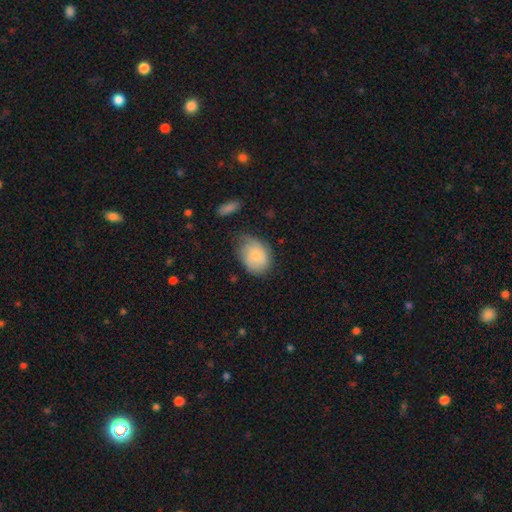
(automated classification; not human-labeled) This is likely a smooth galaxy (76%). How rounded: likely in between (69%). Merging: possibly none (53%).